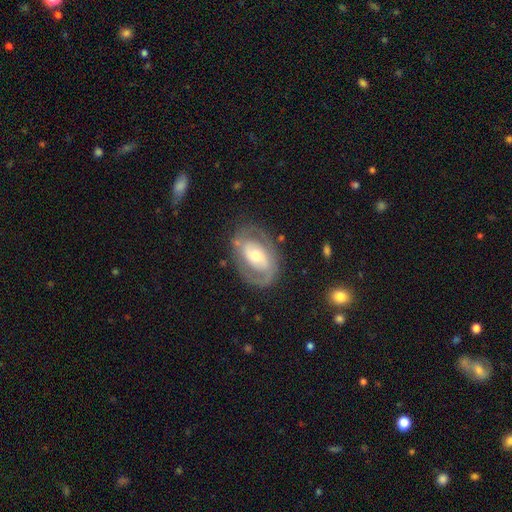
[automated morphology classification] smooth-or-featured: featured or disk: 76% | smooth: 19% | star or artifact: 5%
  disk-edge-on: no: 95% | yes: 5%
    bar: no: 40% | weak: 36% | strong: 24%
    has-spiral-arms: yes: 72% | no: 28%
      spiral-winding: tight: 47% | medium: 38% | loose: 15%
      spiral-arm-count: 2: 73% | can't tell: 14% | 1: 9% | 3: 2% | 4: 1% | more than 4: 1%
    bulge-size: moderate: 60% | small: 27% | large: 10% | dominant: 1% | none: 1%
  merging: none: 76% | minor disturbance: 15% | major disturbance: 8% | merger: 2%